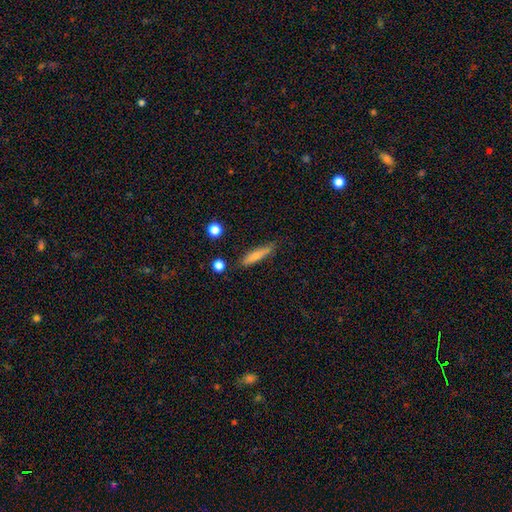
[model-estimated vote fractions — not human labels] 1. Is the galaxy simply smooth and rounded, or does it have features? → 71% smooth, 22% featured or disk, 7% star or artifact.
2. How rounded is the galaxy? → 83% cigar-shaped, 15% in between, 2% round.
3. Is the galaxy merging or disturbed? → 76% none, 17% minor disturbance, 3% major disturbance, 3% merger.